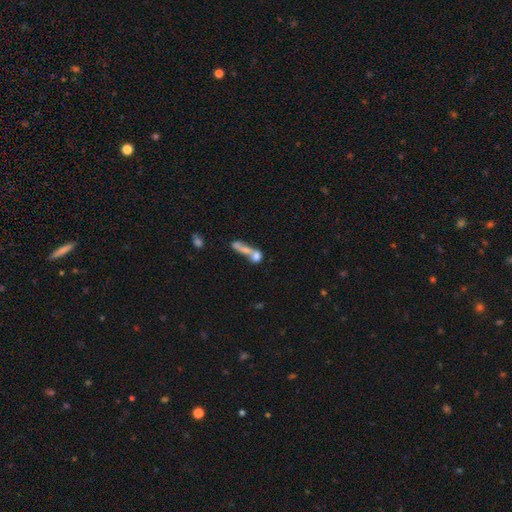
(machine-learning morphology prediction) This is possibly a smooth galaxy (58%). How rounded: marginally in between (45%). Merging: likely merger (65%).